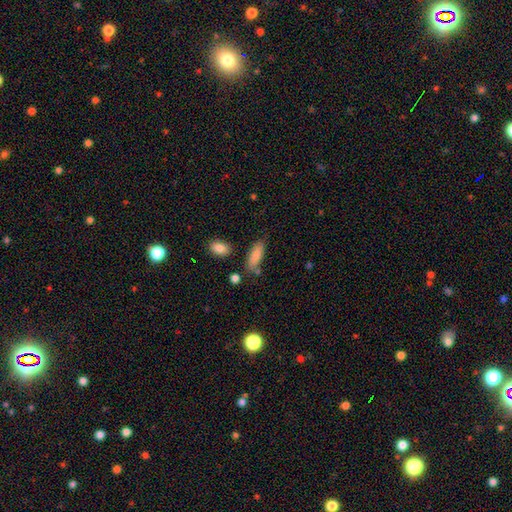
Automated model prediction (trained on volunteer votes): Q: Smooth or featured?
A: smooth (84%); runner-up: featured or disk (8%)
Q: How rounded?
A: in between (69%); runner-up: cigar-shaped (28%)
Q: Merging?
A: none (70%); runner-up: minor disturbance (18%)